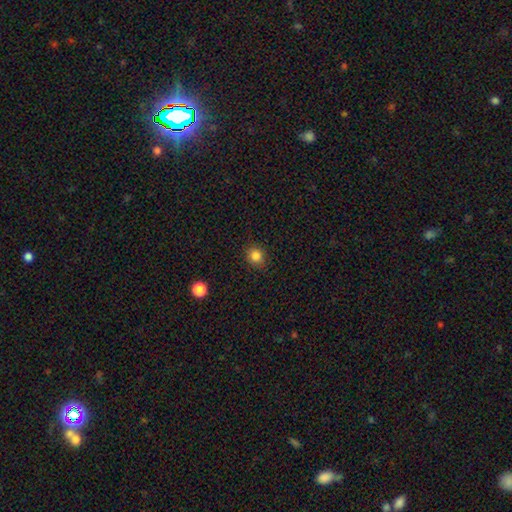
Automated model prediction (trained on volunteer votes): smooth 84%, star or artifact 12%, featured or disk 4%. Down the decision tree: how rounded — round (79%); merging — none (88%).